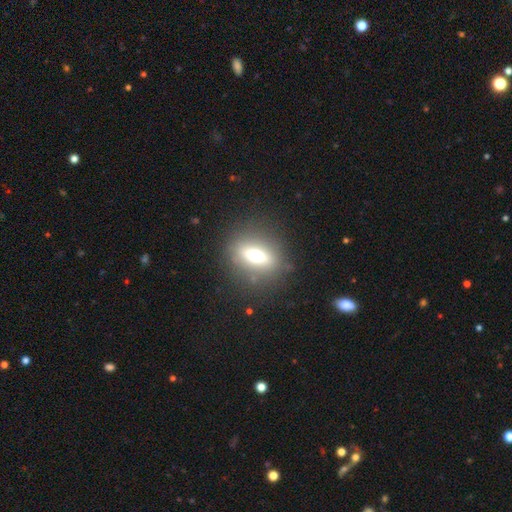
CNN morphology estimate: The model was most divided on "smooth or featured": smooth: 55%, featured or disk: 33%, star or artifact: 12%. More confident: merging — none (82%); how rounded — in between (57%).